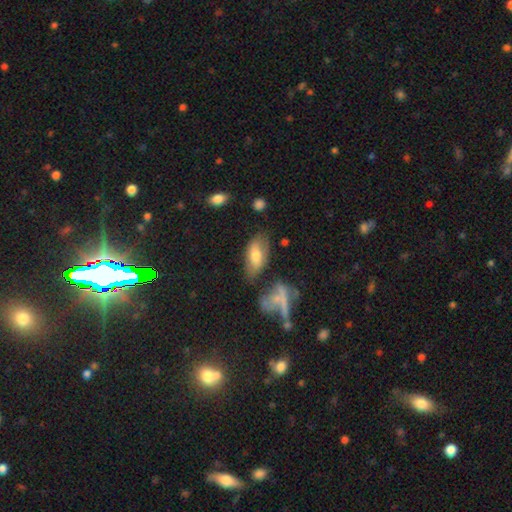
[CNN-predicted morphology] Smooth or featured: smooth — 62% (featured or disk — 28%)
How rounded: in between — 86% (cigar-shaped — 10%)
Merging: none — 58% (minor disturbance — 22%)